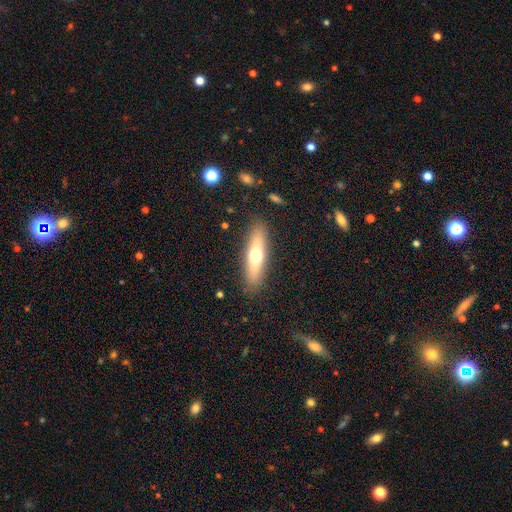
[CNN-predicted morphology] The model was most divided on "smooth or featured": smooth: 54%, featured or disk: 40%, star or artifact: 7%. More confident: merging — none (88%); how rounded — cigar-shaped (70%).